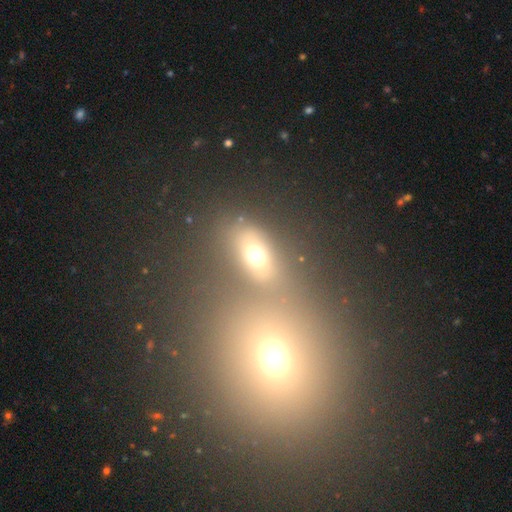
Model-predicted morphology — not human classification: This is likely a smooth galaxy (63%). How rounded: likely in between (67%). Merging: likely none (61%).